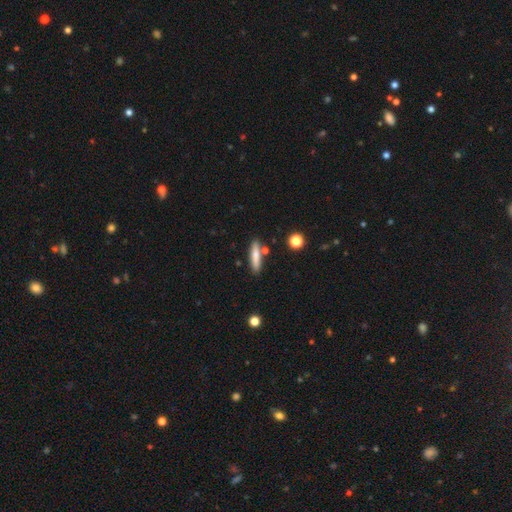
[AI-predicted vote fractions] Q: Smooth or featured?
A: smooth (73%); runner-up: featured or disk (20%)
Q: How rounded?
A: cigar-shaped (82%); runner-up: in between (16%)
Q: Merging?
A: none (81%); runner-up: minor disturbance (10%)